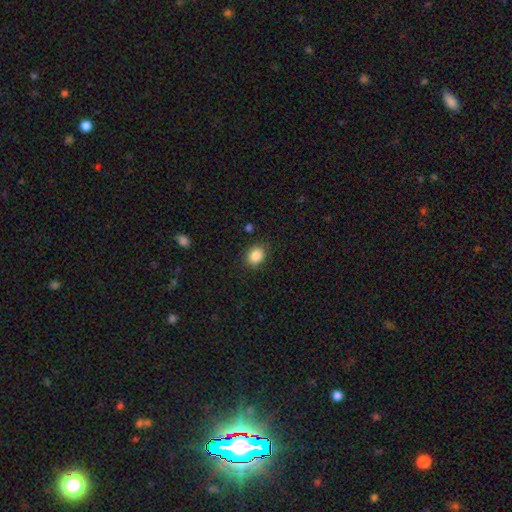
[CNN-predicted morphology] A smooth galaxy with no disk features (87%) that is in between round and cigar-shaped (54%). Merging: none (87%).